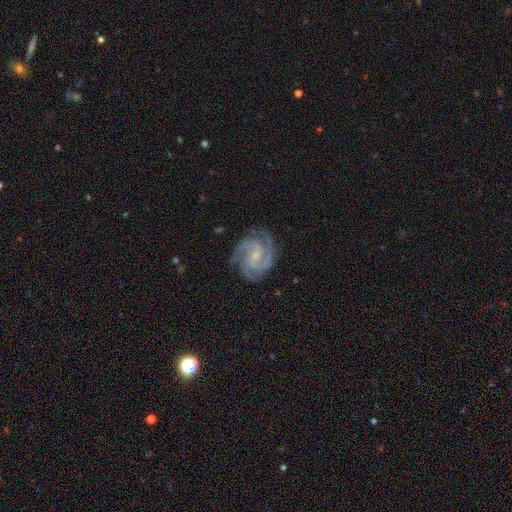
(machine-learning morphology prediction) A featured or disk galaxy (91%) with no bar (56%), 3 (52%) tight (55%) spiral arms (98%) and a small central bulge (68%). Merging: none (79%).